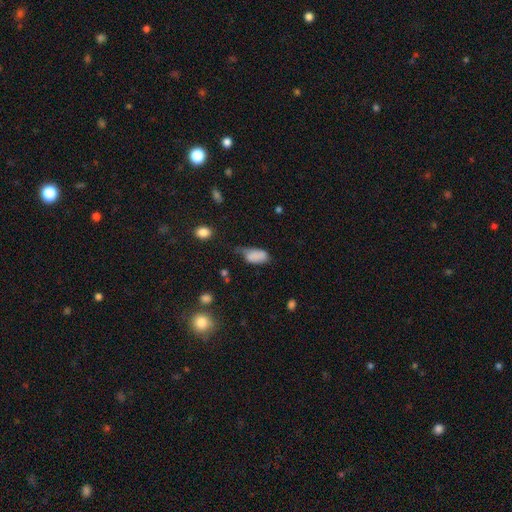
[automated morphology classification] A smooth galaxy with no disk features (79%) that is in between round and cigar-shaped (92%).

Vote fractions:
- Smooth or featured? smooth: 79% / featured or disk: 12% / star or artifact: 9%
- How rounded? in between: 92% / round: 5% / cigar-shaped: 3%
- Merging? minor disturbance: 40% / none: 28% / major disturbance: 27% / merger: 6%